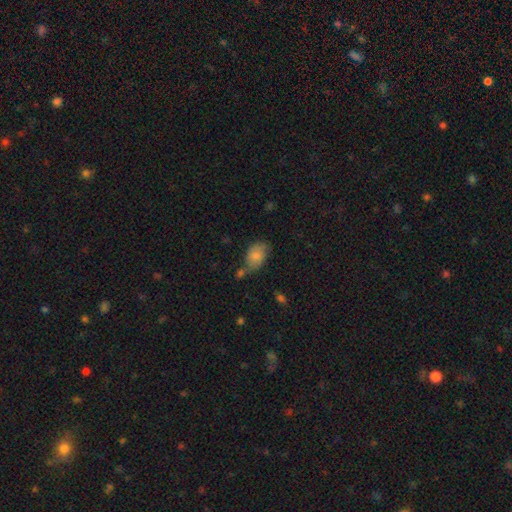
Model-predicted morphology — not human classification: Smooth or featured? smooth (80%)
How rounded? in between (87%)
Merging? none (53%)